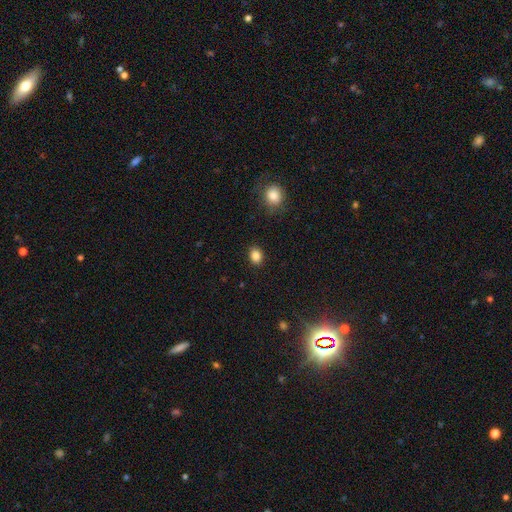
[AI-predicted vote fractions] Smooth or featured? Predicted: smooth (p=0.86). How rounded? Predicted: in between (p=0.57). Merging? Predicted: none (p=0.89).